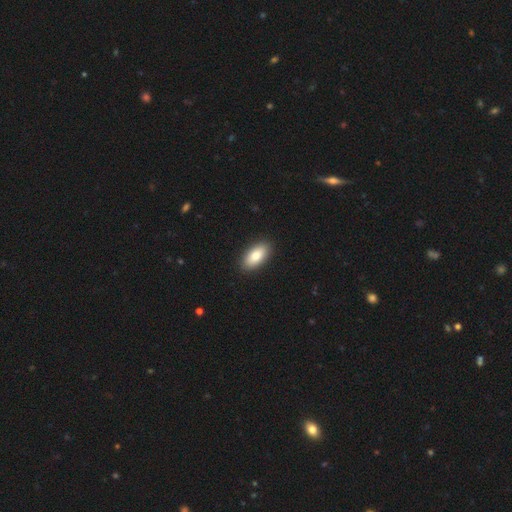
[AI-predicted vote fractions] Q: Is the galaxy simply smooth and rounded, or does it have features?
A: smooth — 84%.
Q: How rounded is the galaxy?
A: in between — 91%.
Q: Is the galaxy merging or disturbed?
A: none — 90%.